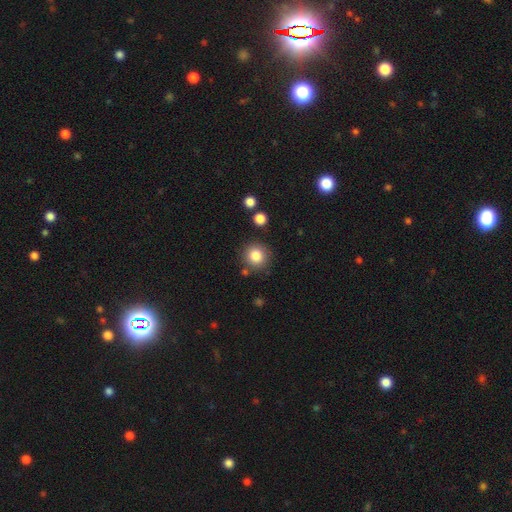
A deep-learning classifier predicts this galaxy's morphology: type=smooth (83%); roundness=round (93%); merging=none (84%).